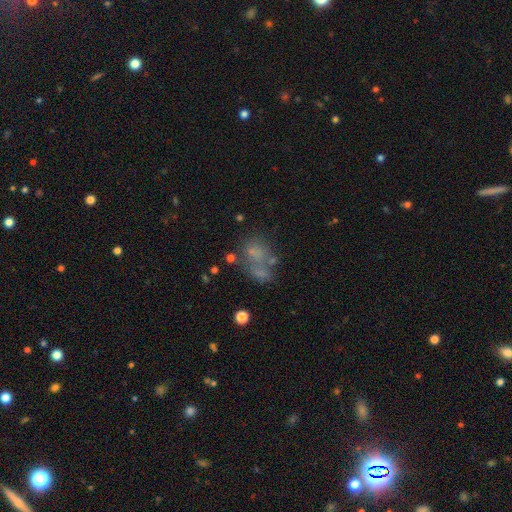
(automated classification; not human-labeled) This appears to be a smooth galaxy with no disk features (47%). Merging: none (38%).